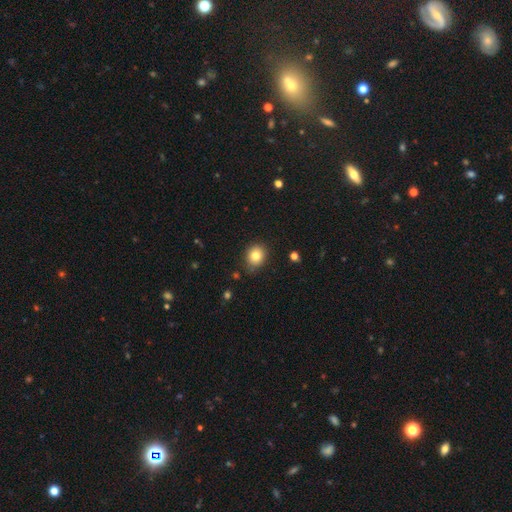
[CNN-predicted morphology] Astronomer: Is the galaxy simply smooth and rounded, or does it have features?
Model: smooth — 81%.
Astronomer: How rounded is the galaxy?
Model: round — 70%.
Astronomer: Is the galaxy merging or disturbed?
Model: none — 82%.